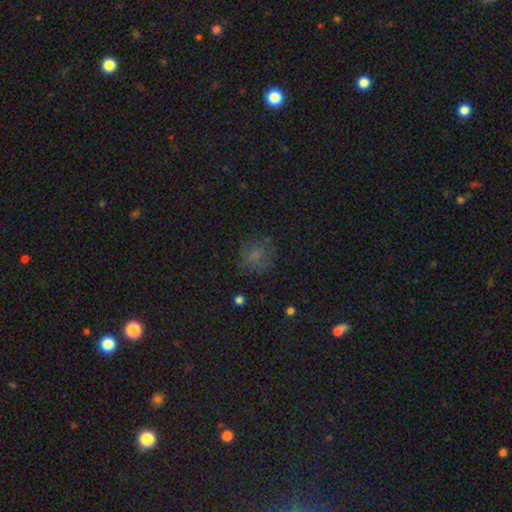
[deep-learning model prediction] smooth_or_featured: smooth (p=0.68) [alt: star or artifact p=0.19]
how_rounded: round (p=0.79) [alt: in between p=0.20]
merging: none (p=0.72) [alt: minor disturbance p=0.18]